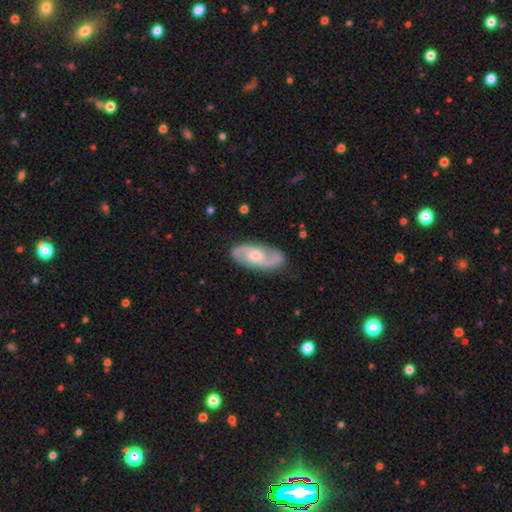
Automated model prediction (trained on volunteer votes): featured or disk 86%, smooth 10%, star or artifact 5%. Down the decision tree: edge-on disk — no (95%); bar — no (59%); spiral arms — yes (96%); spiral arm count — 2 (92%); spiral winding — medium (52%); bulge size — moderate (61%); merging — none (86%).